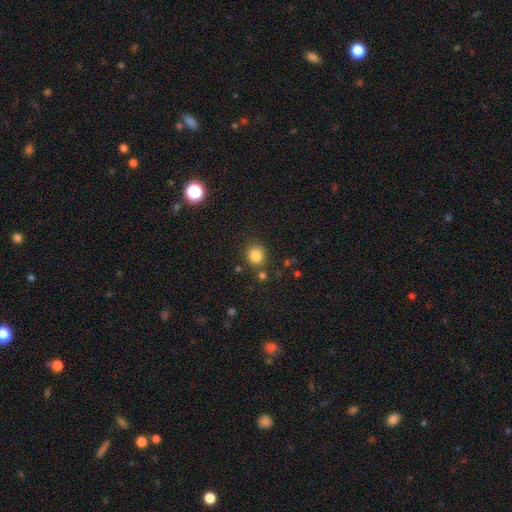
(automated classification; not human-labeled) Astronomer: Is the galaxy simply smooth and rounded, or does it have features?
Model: smooth — 84%.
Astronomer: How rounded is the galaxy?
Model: round — 85%.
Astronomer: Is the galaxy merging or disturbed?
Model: none — 82%.